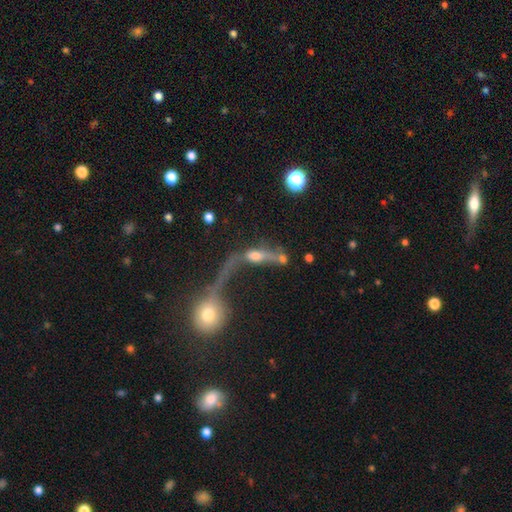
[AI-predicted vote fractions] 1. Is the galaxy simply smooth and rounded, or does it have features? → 49% featured or disk, 35% smooth, 16% star or artifact.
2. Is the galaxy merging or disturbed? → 44% merger, 25% major disturbance, 20% none, 11% minor disturbance.